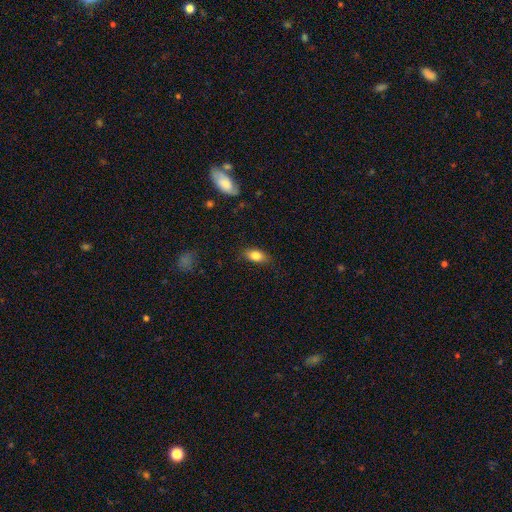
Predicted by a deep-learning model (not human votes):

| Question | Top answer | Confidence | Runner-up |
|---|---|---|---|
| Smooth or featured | smooth | 82% | featured or disk (10%) |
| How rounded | in between | 87% | round (8%) |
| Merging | none | 83% | minor disturbance (14%) |